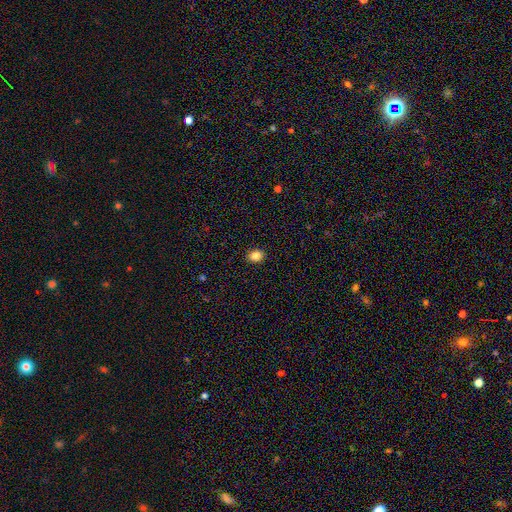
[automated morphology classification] Smooth or featured: smooth — 85% (star or artifact — 10%)
How rounded: round — 57% (in between — 42%)
Merging: none — 91% (minor disturbance — 6%)